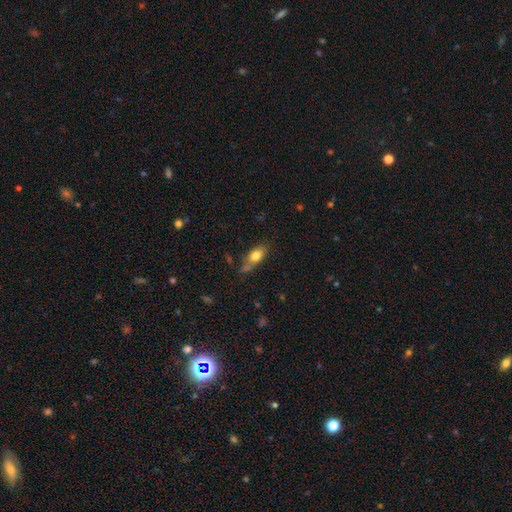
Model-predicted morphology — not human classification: Smooth or featured: smooth — 76% (featured or disk — 15%)
How rounded: in between — 81% (round — 10%)
Merging: none — 57% (minor disturbance — 25%)